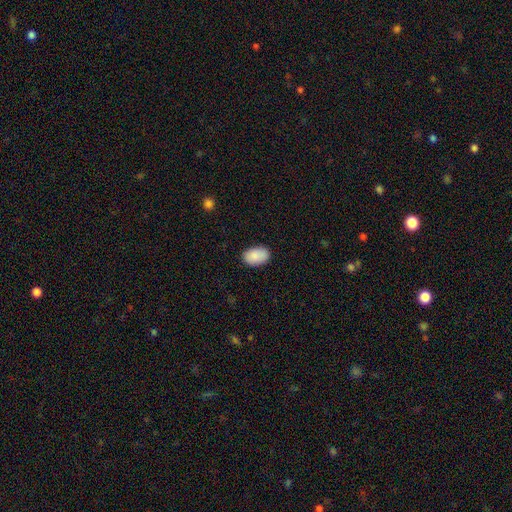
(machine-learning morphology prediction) Smooth or featured? smooth (89%)
How rounded? in between (90%)
Merging? none (85%)